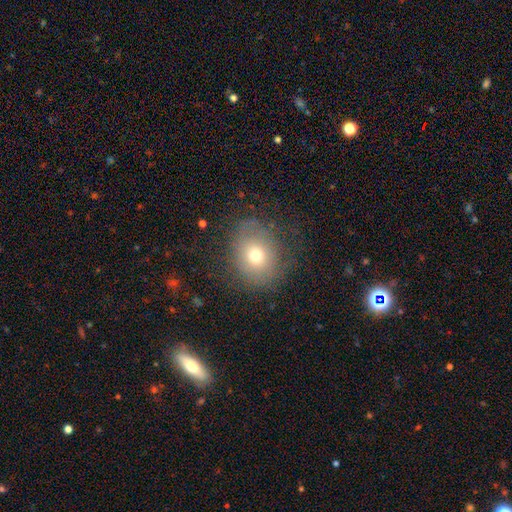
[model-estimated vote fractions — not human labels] smooth-or-featured: smooth: 66% | featured or disk: 20% | star or artifact: 14%
  how-rounded: round: 67% | in between: 32% | cigar-shaped: 1%
  merging: none: 70% | minor disturbance: 18% | major disturbance: 11% | merger: 1%